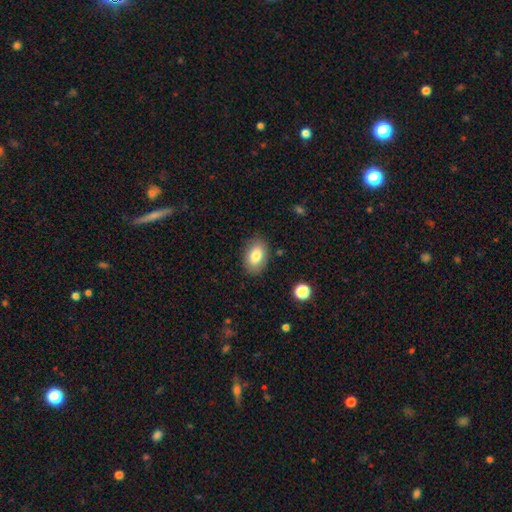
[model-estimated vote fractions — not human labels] Smooth or featured? smooth (82%)
How rounded? in between (89%)
Merging? none (85%)